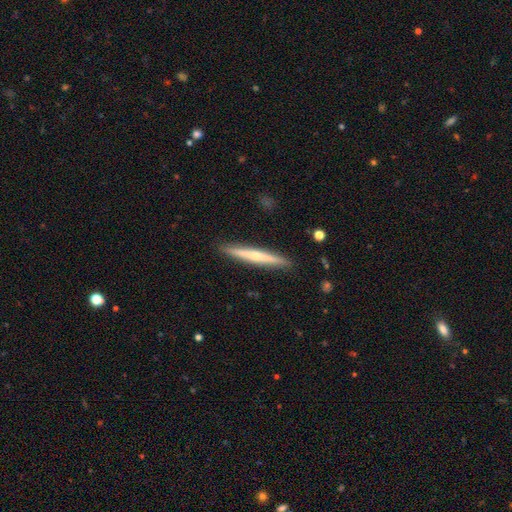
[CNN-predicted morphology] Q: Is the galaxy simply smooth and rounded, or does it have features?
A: featured or disk — 54%.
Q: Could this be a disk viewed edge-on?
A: yes — 97%.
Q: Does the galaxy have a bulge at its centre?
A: rounded — 61%.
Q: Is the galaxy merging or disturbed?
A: none — 92%.